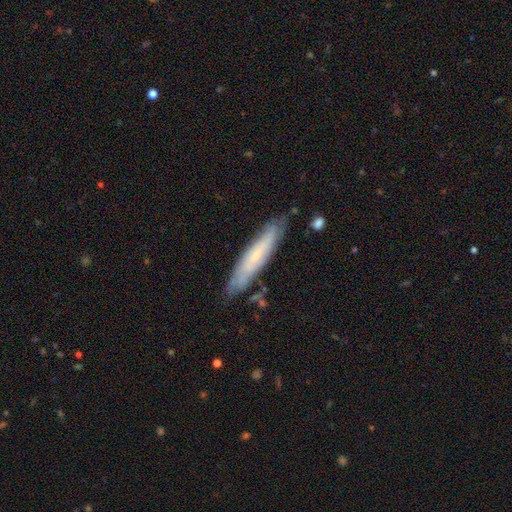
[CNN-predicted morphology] A featured or disk galaxy (48%).

Vote fractions:
- Smooth or featured? featured or disk: 48% / smooth: 45% / star or artifact: 7%
- Merging? none: 79% / minor disturbance: 16% / major disturbance: 3% / merger: 2%